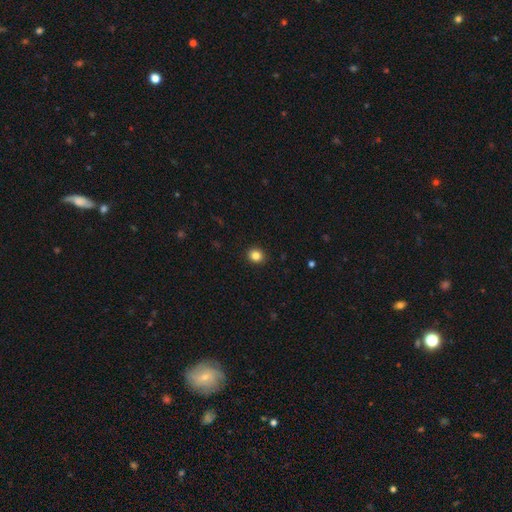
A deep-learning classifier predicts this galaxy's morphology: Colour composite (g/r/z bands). It shows a smooth galaxy with no disk features (84%) that is round (78%). Merging: none (92%).